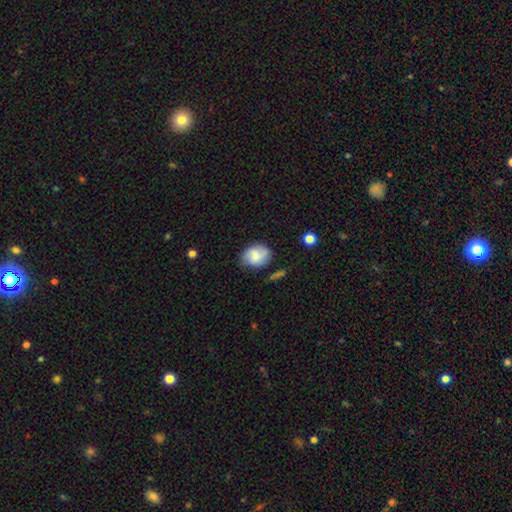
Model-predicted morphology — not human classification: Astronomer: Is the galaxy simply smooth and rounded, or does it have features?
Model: smooth — 71%.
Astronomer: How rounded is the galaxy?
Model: in between — 54% (runner-up: round, 45%).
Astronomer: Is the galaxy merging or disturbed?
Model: none — 64%.